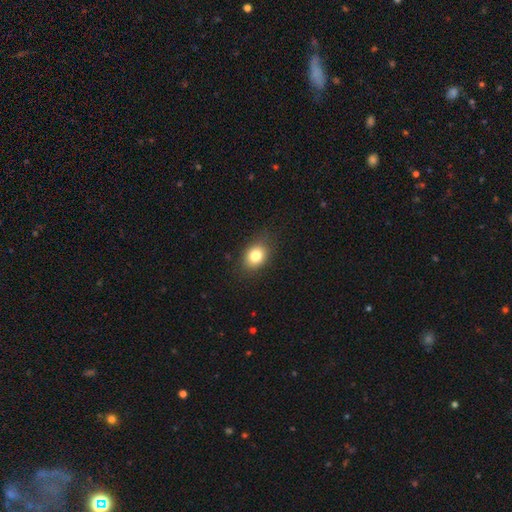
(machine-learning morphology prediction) Smooth or featured?
  - smooth: 80% *
  - star or artifact: 10%
  - featured or disk: 9%
How rounded?
  - in between: 60% *
  - round: 38%
  - cigar-shaped: 1%
Merging?
  - none: 83% *
  - minor disturbance: 13%
  - major disturbance: 3%
  - merger: 1%